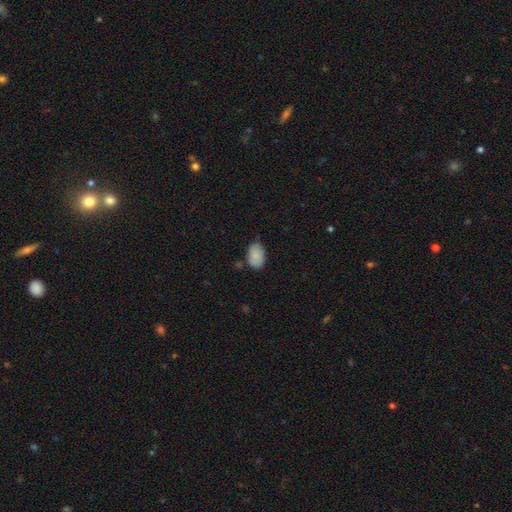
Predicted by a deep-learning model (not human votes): This appears to be a smooth galaxy with no disk features (85%) that is in between round and cigar-shaped (90%). Merging: none (68%).